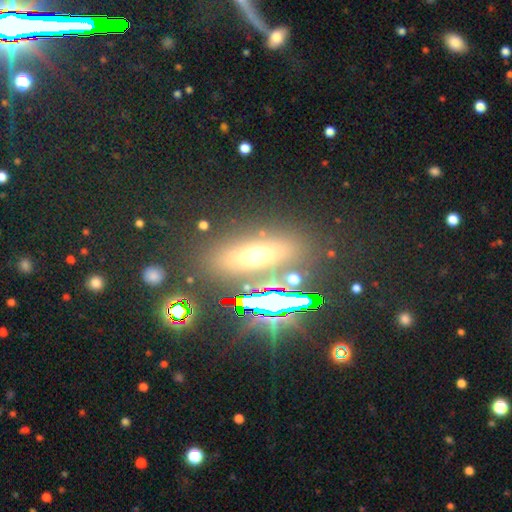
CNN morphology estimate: This appears to be a smooth galaxy with no disk features (41%). Merging: none (80%).